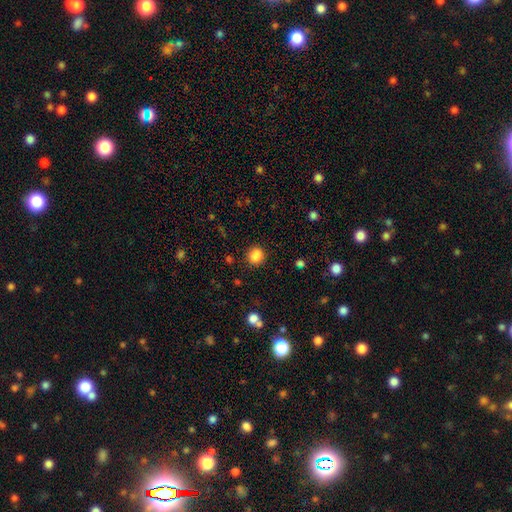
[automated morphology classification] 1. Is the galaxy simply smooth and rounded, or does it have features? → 86% smooth, 10% star or artifact, 4% featured or disk.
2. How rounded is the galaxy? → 72% round, 27% in between, 1% cigar-shaped.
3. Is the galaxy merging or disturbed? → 86% none, 9% minor disturbance, 3% major disturbance, 2% merger.